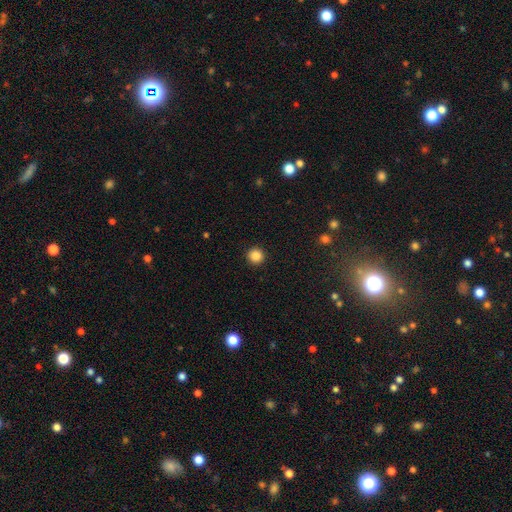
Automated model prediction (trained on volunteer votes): Q: Smooth or featured?
A: smooth (86%); runner-up: star or artifact (10%)
Q: How rounded?
A: round (96%); runner-up: in between (3%)
Q: Merging?
A: none (93%); runner-up: minor disturbance (4%)